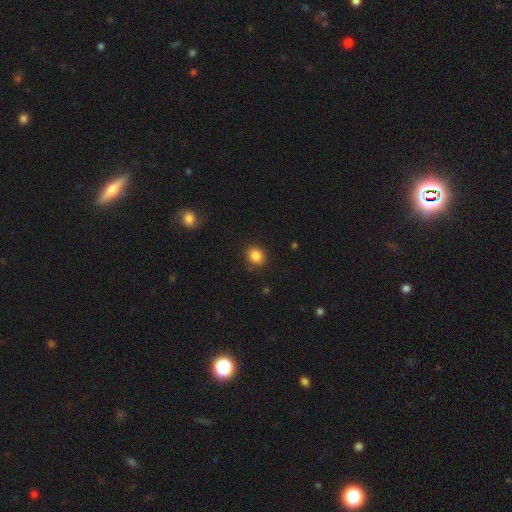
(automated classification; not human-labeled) Smooth or featured: smooth — 85% (star or artifact — 10%)
How rounded: round — 66% (in between — 33%)
Merging: none — 87% (minor disturbance — 9%)